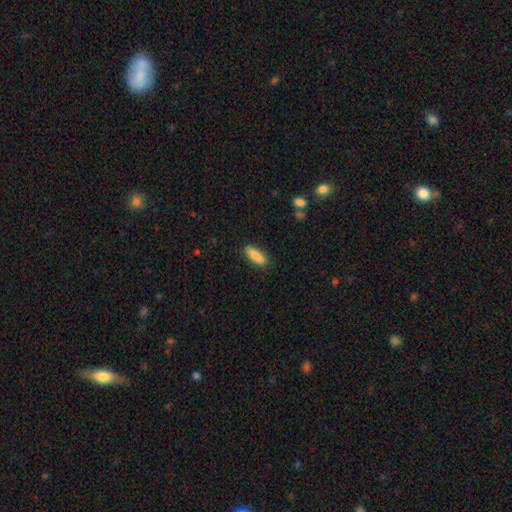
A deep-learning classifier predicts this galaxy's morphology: smooth 88%, star or artifact 6%, featured or disk 5%. Down the decision tree: how rounded — in between (52%); merging — none (87%).